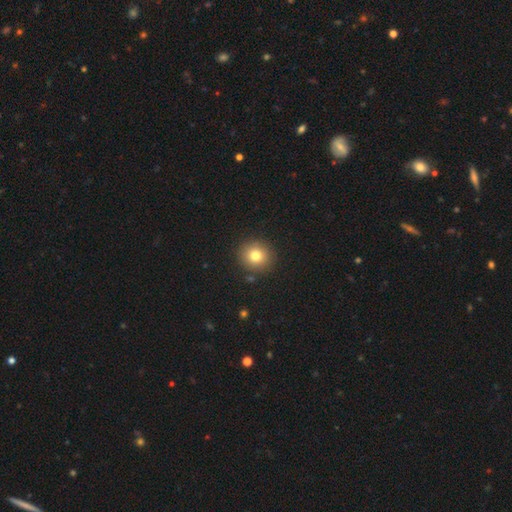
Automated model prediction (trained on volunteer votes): A smooth galaxy with no disk features (79%) that is round (90%). Merging: none (90%).